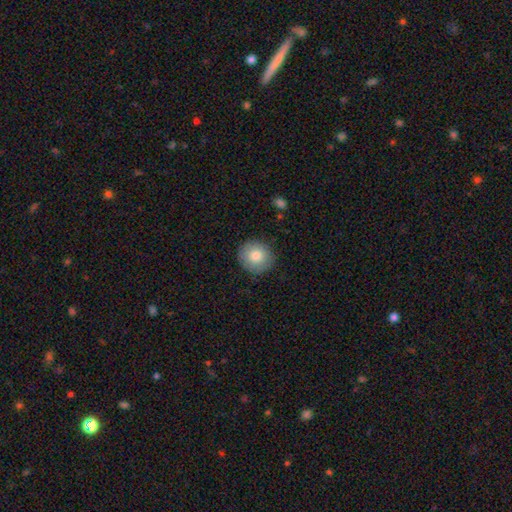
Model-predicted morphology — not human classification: Overall: smooth (81%). How rounded: round (89%). Merging: none (87%).